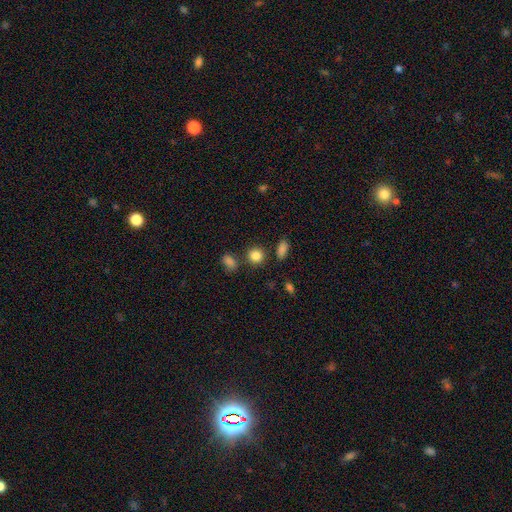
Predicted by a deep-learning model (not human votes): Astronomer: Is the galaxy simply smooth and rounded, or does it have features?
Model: smooth — 85%.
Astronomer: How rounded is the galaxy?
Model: round — 81%.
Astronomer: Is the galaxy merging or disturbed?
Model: none — 78%.